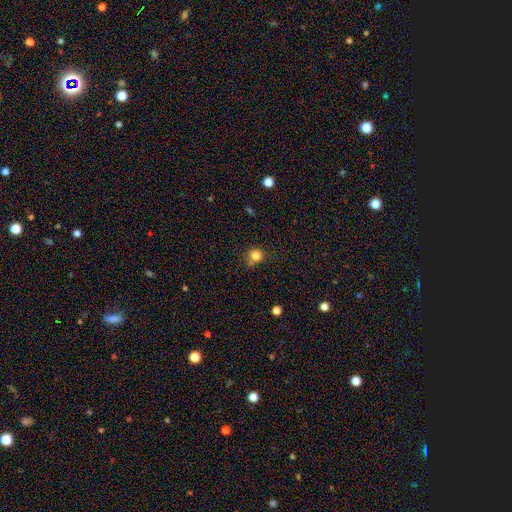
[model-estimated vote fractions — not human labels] This appears to be a smooth galaxy with no disk features (81%) that is round (84%). Merging: none (67%).